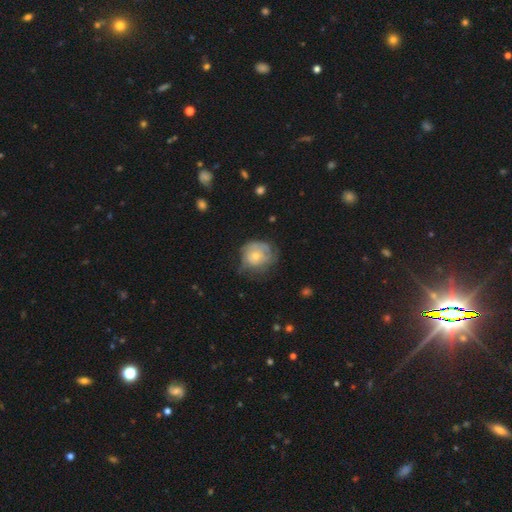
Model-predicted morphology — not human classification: smooth 47%, featured or disk 46%, star or artifact 7%. Down the decision tree: merging — none (50%).